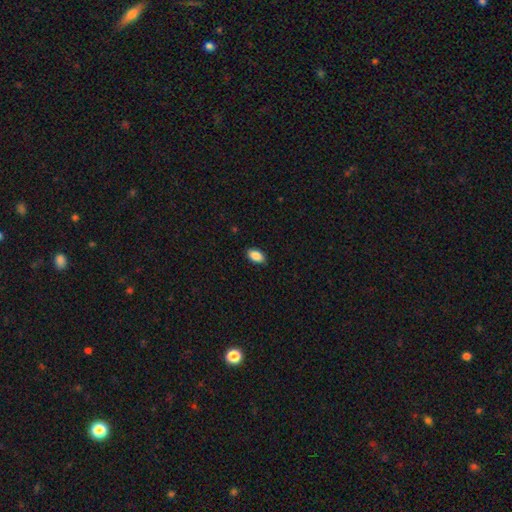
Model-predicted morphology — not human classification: Smooth or featured?
  - smooth: 89% *
  - star or artifact: 7%
  - featured or disk: 4%
How rounded?
  - in between: 92% *
  - round: 7%
  - cigar-shaped: 2%
Merging?
  - none: 86% *
  - minor disturbance: 11%
  - major disturbance: 2%
  - merger: 1%